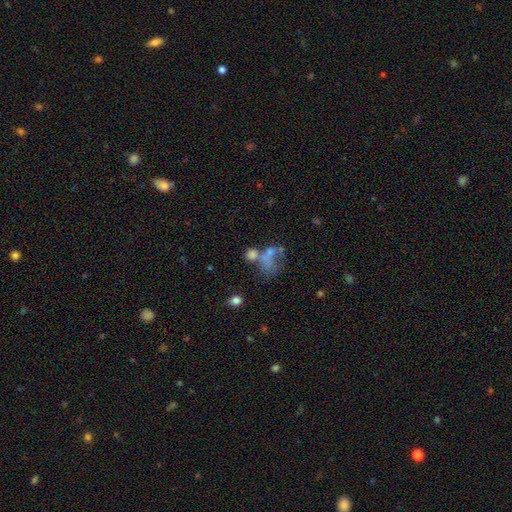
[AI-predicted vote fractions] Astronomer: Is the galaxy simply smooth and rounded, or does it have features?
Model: smooth — 55%.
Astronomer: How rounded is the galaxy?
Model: in between — 57% (runner-up: round, 41%).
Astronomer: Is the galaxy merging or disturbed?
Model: merger — 43% (runner-up: none, 24%).